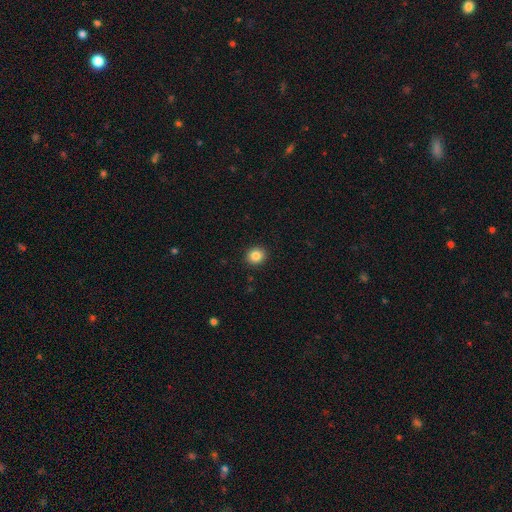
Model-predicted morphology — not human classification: Smooth or featured: smooth — 85% (star or artifact — 10%)
How rounded: round — 85% (in between — 14%)
Merging: none — 92% (minor disturbance — 5%)